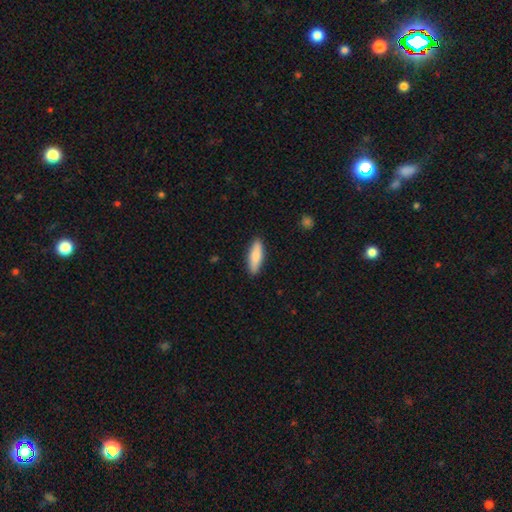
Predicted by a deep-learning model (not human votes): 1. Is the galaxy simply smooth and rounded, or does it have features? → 82% smooth, 13% featured or disk, 5% star or artifact.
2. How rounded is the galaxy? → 54% cigar-shaped, 44% in between, 2% round.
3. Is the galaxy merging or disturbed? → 89% none, 8% minor disturbance, 2% major disturbance, 1% merger.